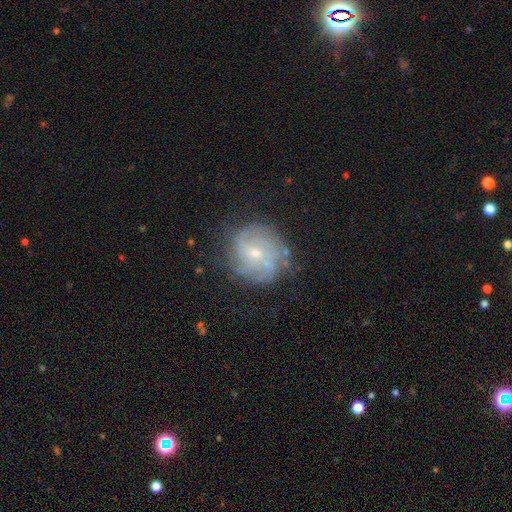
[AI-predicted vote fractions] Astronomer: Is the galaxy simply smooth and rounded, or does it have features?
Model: featured or disk — 73%.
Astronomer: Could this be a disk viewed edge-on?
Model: no — 97%.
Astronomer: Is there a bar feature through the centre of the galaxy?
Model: no — 60%.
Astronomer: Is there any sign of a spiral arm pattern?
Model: yes — 91%.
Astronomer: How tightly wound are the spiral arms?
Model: tight — 56% (runner-up: medium, 33%).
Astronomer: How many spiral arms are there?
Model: can't tell — 37% (runner-up: 2, 22%).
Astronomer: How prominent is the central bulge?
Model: small — 62%.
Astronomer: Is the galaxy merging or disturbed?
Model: none — 77%.